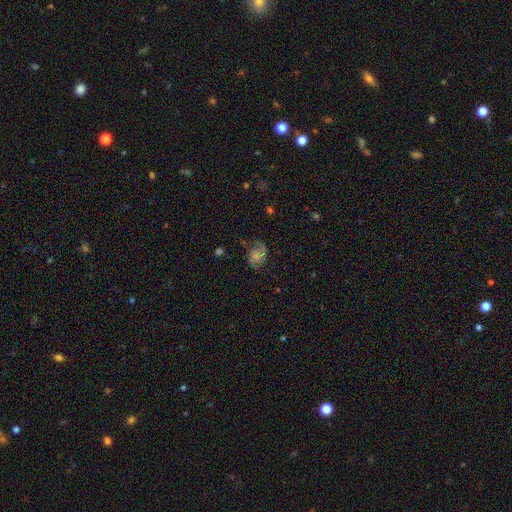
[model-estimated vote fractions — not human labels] A featured or disk galaxy (68%) with no bar (70%), 2 (79%) medium (49%) spiral arms (92%) and a small central bulge (43%, tied with moderate). Merging: none (68%).